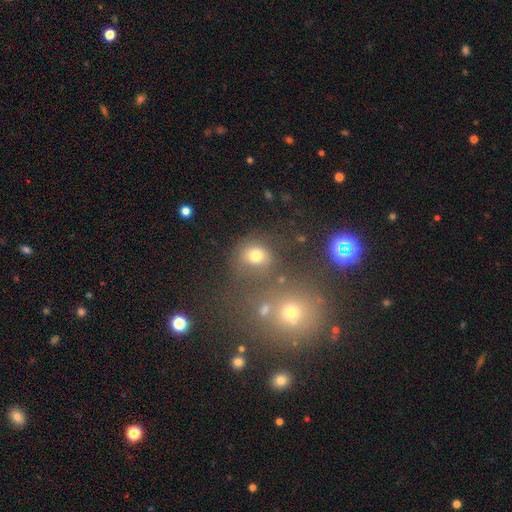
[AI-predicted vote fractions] This appears to be a smooth galaxy with no disk features (71%) that is round (70%). Merging: none (59%).